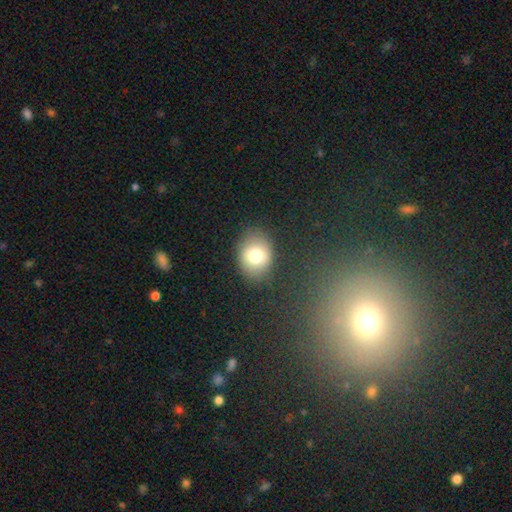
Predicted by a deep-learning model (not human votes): Smooth or featured?
  - smooth: 77% *
  - featured or disk: 13%
  - star or artifact: 10%
How rounded?
  - in between: 51% *
  - round: 48%
  - cigar-shaped: 1%
Merging?
  - none: 83% *
  - minor disturbance: 12%
  - major disturbance: 4%
  - merger: 2%